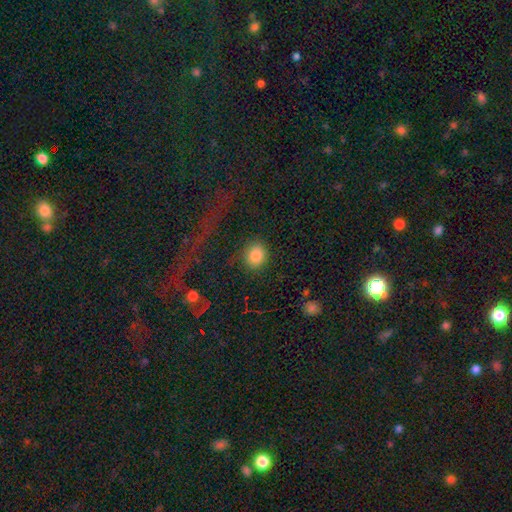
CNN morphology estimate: Smooth or featured? smooth (84%)
How rounded? round (68%)
Merging? none (79%)